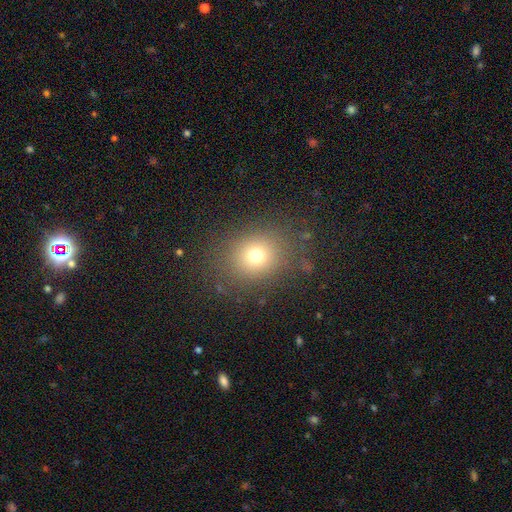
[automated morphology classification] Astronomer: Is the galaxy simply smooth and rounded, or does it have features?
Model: smooth — 72%.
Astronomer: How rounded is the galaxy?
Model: round — 75%.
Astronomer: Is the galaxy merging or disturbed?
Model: none — 82%.